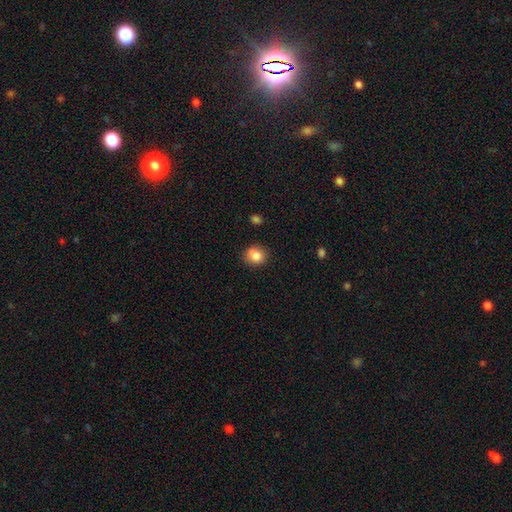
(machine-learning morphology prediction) Smooth or featured?
  - smooth: 85% *
  - star or artifact: 10%
  - featured or disk: 5%
How rounded?
  - round: 78% *
  - in between: 21%
  - cigar-shaped: 1%
Merging?
  - none: 85% *
  - minor disturbance: 11%
  - major disturbance: 2%
  - merger: 2%